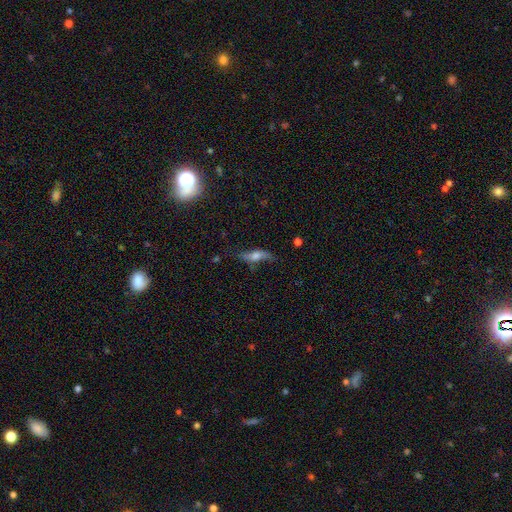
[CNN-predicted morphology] The model was most divided on "smooth or featured": smooth: 49%, featured or disk: 42%, star or artifact: 9%. More confident: merging — none (57%).